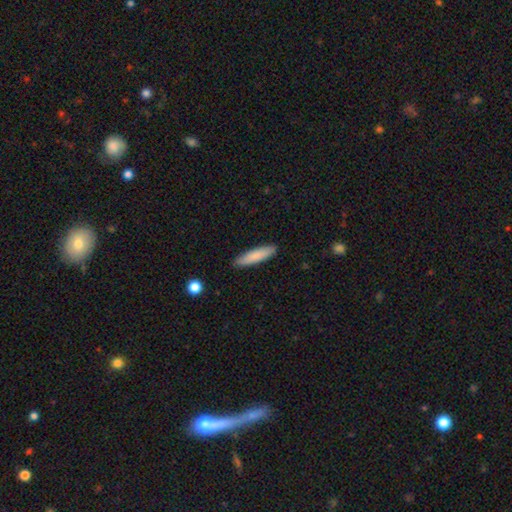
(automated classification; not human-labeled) smooth-or-featured: smooth: 83% | featured or disk: 12% | star or artifact: 6%
  how-rounded: cigar-shaped: 80% | in between: 18% | round: 1%
  merging: none: 89% | minor disturbance: 8% | major disturbance: 2% | merger: 1%